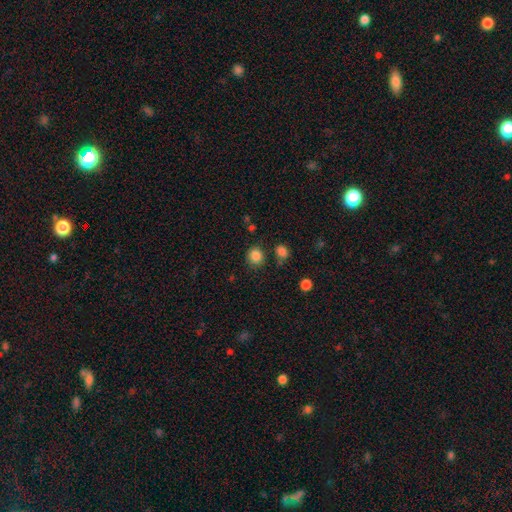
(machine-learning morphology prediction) Overall: smooth (85%). How rounded: round (85%). Merging: none (83%).